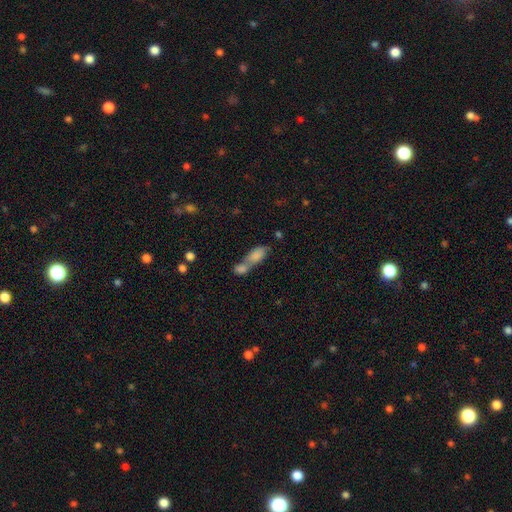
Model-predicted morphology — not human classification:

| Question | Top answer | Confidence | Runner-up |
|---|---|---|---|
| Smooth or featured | smooth | 81% | featured or disk (11%) |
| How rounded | in between | 84% | cigar-shaped (11%) |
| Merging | merger | 71% | none (19%) |